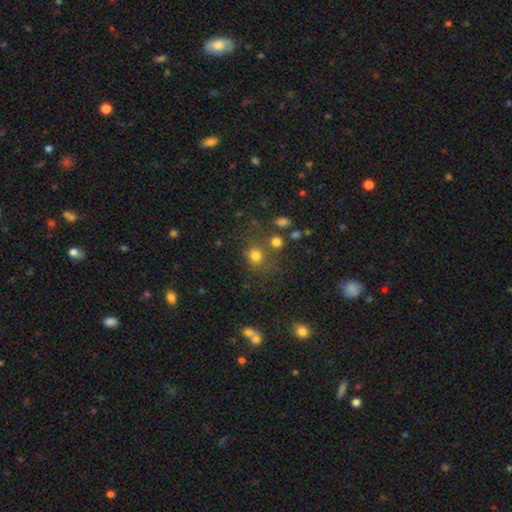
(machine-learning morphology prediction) Smooth or featured: smooth — 73% (star or artifact — 18%)
How rounded: round — 81% (in between — 18%)
Merging: none — 64% (merger — 16%)